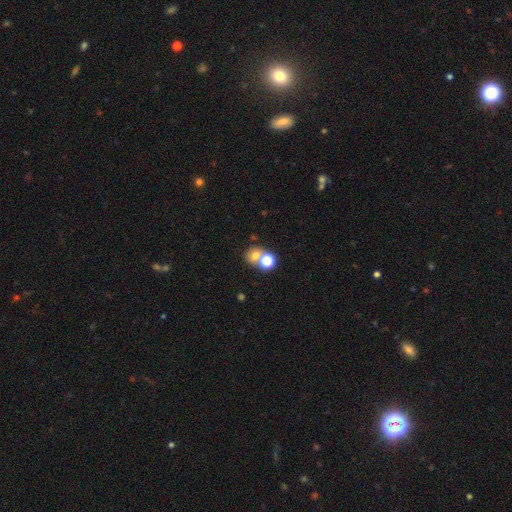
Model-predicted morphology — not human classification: Smooth or featured? smooth (68%)
How rounded? round (71%)
Merging? merger (46%)